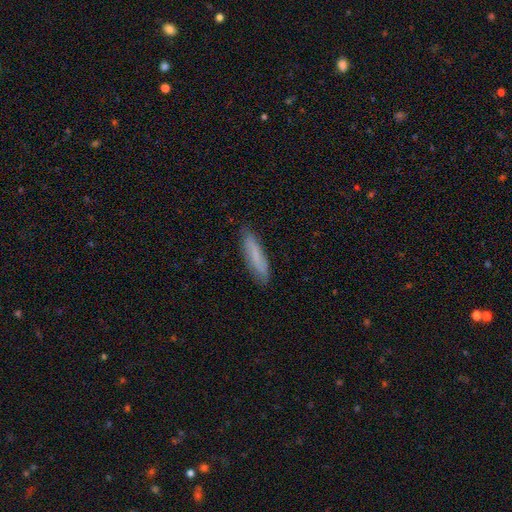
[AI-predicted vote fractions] Q: Smooth or featured?
A: smooth (70%); runner-up: featured or disk (23%)
Q: How rounded?
A: cigar-shaped (79%); runner-up: in between (20%)
Q: Merging?
A: none (84%); runner-up: minor disturbance (12%)